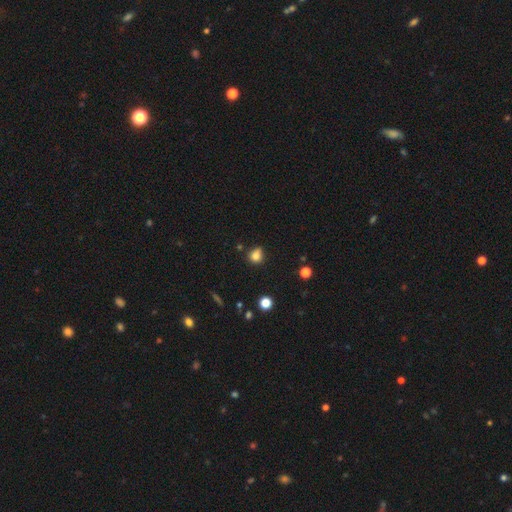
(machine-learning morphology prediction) The model was most divided on "merging": none: 65%, minor disturbance: 24%, merger: 5%, major disturbance: 5%. More confident: smooth or featured — smooth (81%); how rounded — round (71%).